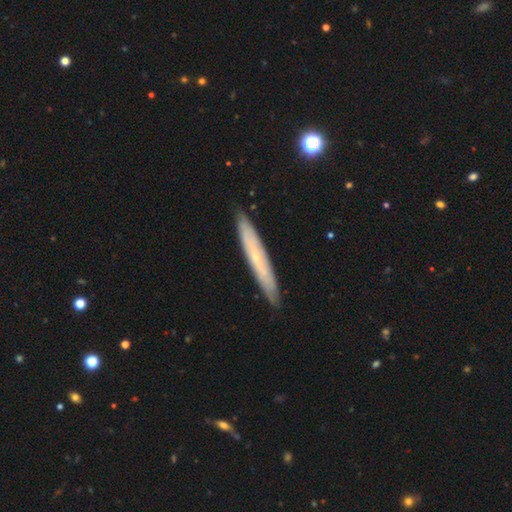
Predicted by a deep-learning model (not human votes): Morphology: type=featured or disk (56%); edge-on=yes (77%); merging=none (88%).